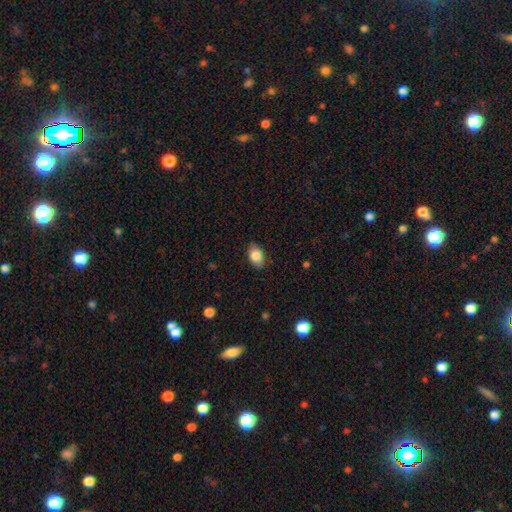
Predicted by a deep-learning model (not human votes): Overall: smooth (86%). How rounded: in between (89%). Merging: none (85%).